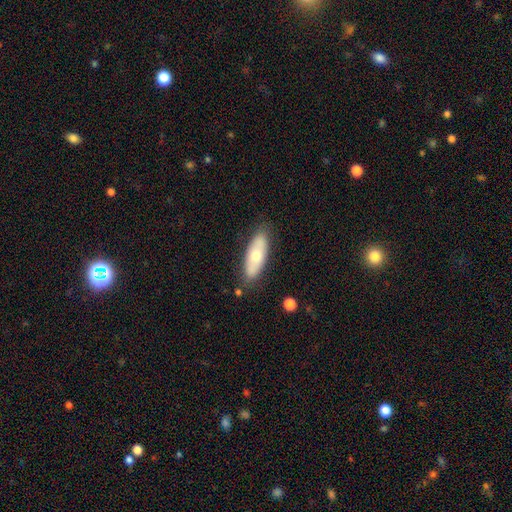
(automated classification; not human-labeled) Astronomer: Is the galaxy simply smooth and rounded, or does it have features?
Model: smooth — 58% (runner-up: featured or disk, 35%).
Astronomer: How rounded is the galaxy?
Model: in between — 70%.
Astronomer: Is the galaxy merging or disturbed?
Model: none — 83%.